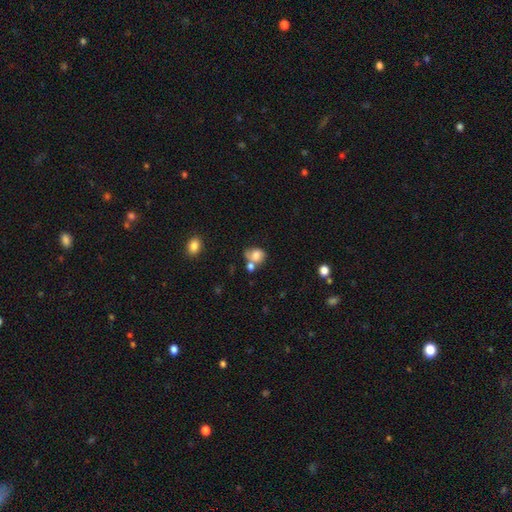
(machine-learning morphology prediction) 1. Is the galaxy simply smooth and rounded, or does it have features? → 68% smooth, 22% featured or disk, 10% star or artifact.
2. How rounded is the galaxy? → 50% in between, 49% round, 1% cigar-shaped.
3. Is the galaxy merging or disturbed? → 37% merger, 29% none, 19% minor disturbance, 14% major disturbance.